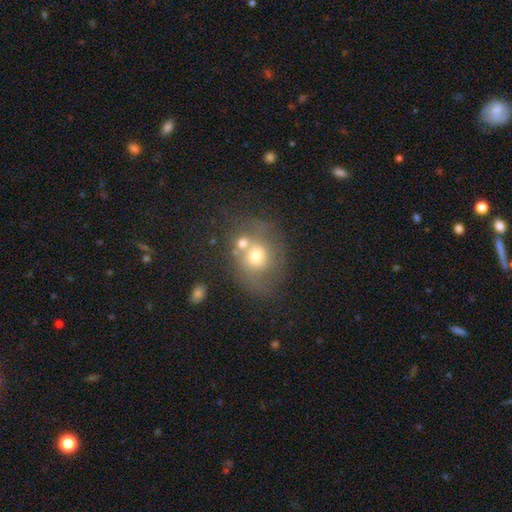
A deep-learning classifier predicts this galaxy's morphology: Smooth or featured?
  - smooth: 59% *
  - featured or disk: 28%
  - star or artifact: 13%
How rounded?
  - round: 62% *
  - in between: 37%
  - cigar-shaped: 1%
Merging?
  - none: 39% *
  - merger: 34%
  - minor disturbance: 16%
  - major disturbance: 11%